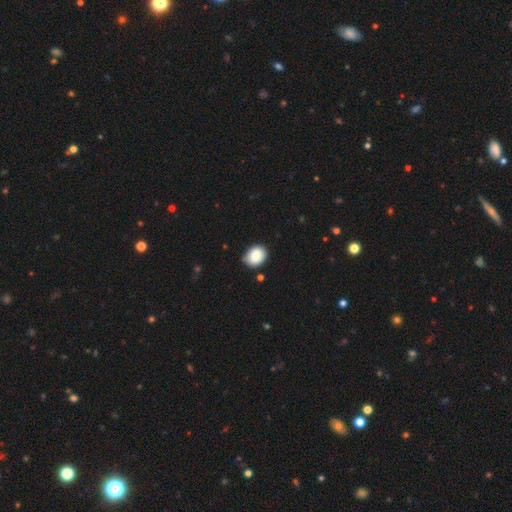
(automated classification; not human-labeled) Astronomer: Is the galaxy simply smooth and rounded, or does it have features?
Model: smooth — 83%.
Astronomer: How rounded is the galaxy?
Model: in between — 51% (runner-up: round, 49%).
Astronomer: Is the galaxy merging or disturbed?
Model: none — 75%.